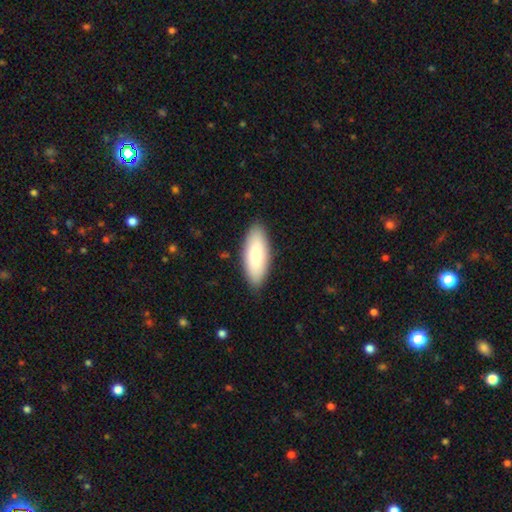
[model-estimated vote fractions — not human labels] A smooth galaxy with no disk features (75%) that is in between round and cigar-shaped (77%). Merging: none (88%).